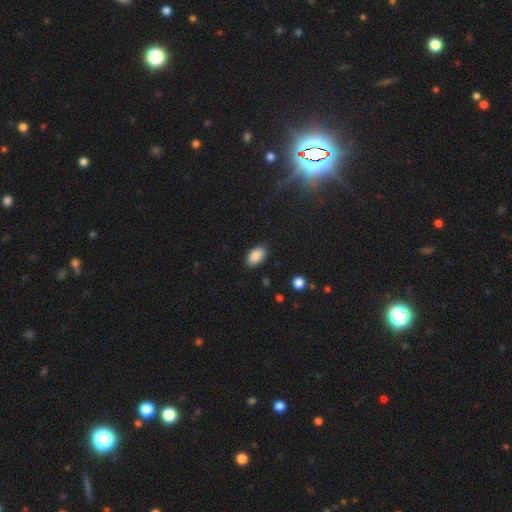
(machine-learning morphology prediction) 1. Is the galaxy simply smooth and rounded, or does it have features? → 87% smooth, 8% star or artifact, 5% featured or disk.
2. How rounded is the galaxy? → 92% in between, 7% round, 1% cigar-shaped.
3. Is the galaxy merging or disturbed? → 84% none, 12% minor disturbance, 3% major disturbance, 1% merger.